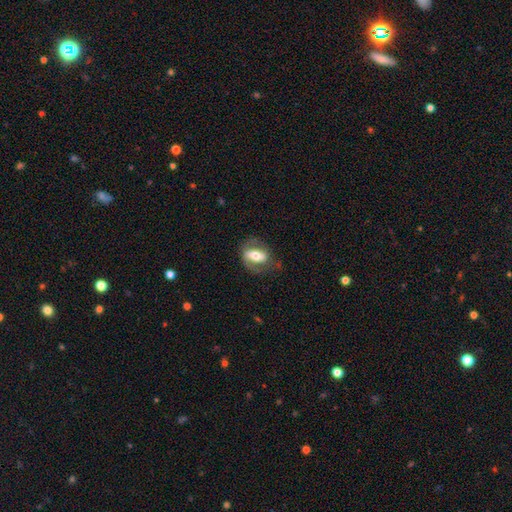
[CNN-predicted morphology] A featured or disk galaxy (55%).

Vote fractions:
- Smooth or featured? featured or disk: 55% / smooth: 39% / star or artifact: 6%
- Edge-on disk? no: 90% / yes: 10%
- Merging? none: 60% / minor disturbance: 22% / major disturbance: 16% / merger: 2%